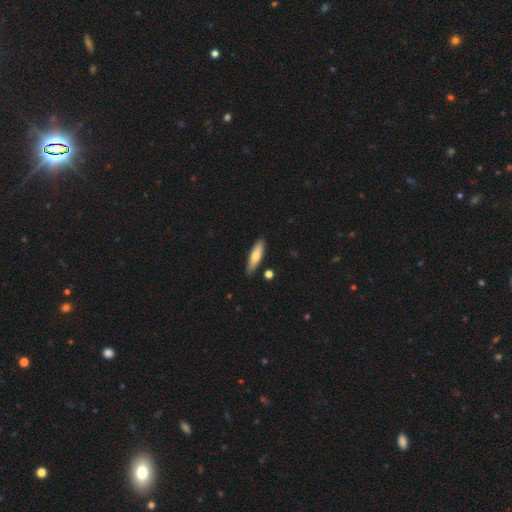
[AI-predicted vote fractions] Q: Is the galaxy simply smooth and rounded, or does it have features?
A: smooth — 68%.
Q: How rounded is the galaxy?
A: cigar-shaped — 65%.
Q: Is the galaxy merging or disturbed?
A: none — 84%.